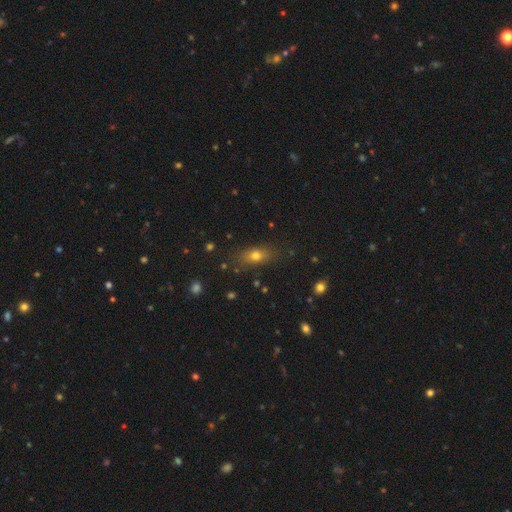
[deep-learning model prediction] smooth 70%, featured or disk 16%, star or artifact 14%. Down the decision tree: how rounded — in between (67%); merging — none (80%).